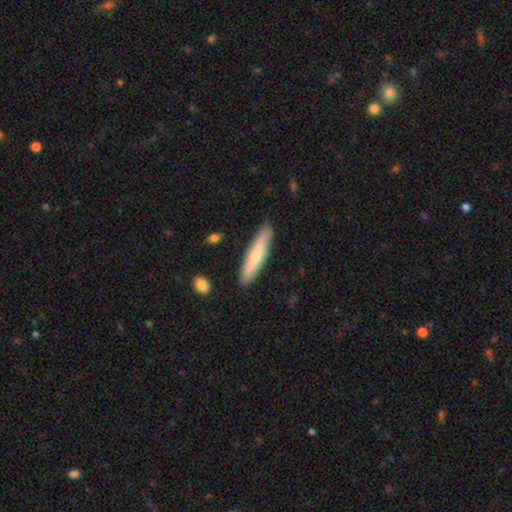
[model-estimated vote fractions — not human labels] This is likely a smooth galaxy (66%). How rounded: clearly cigar-shaped (86%). Merging: clearly none (87%).